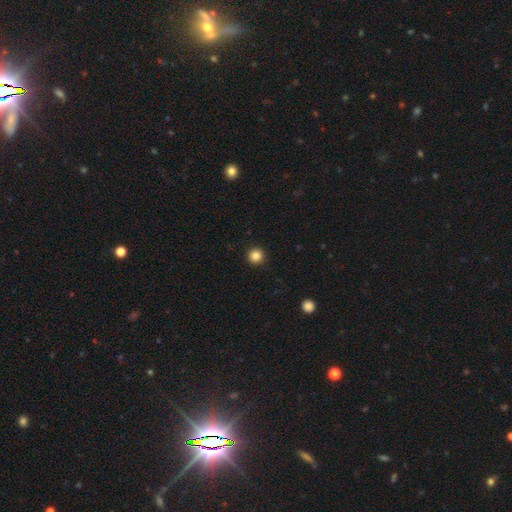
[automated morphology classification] smooth_or_featured: smooth (p=0.85) [alt: star or artifact p=0.11]
how_rounded: round (p=0.96) [alt: in between p=0.03]
merging: none (p=0.93) [alt: minor disturbance p=0.04]